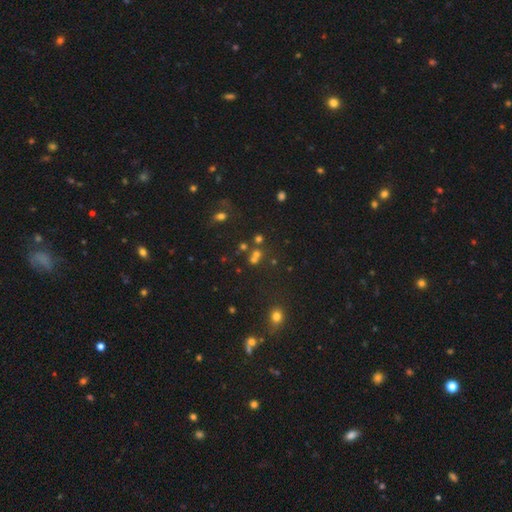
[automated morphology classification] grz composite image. It shows a smooth galaxy with no disk features (47%). Merging: none (53%).